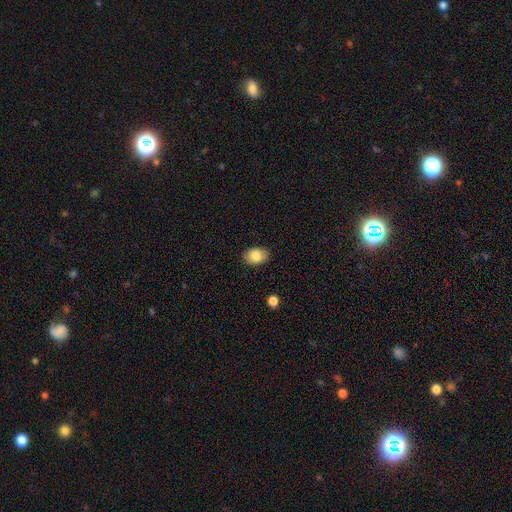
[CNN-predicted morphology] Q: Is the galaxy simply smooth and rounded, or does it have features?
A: smooth — 83%.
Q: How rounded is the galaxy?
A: in between — 82%.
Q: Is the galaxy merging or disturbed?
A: none — 86%.